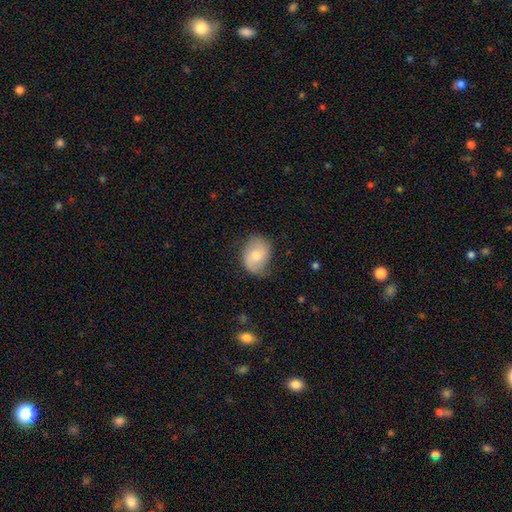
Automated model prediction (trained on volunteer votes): Q: Smooth or featured?
A: smooth (53%); runner-up: featured or disk (39%)
Q: How rounded?
A: in between (57%); runner-up: round (42%)
Q: Merging?
A: none (69%); runner-up: minor disturbance (23%)